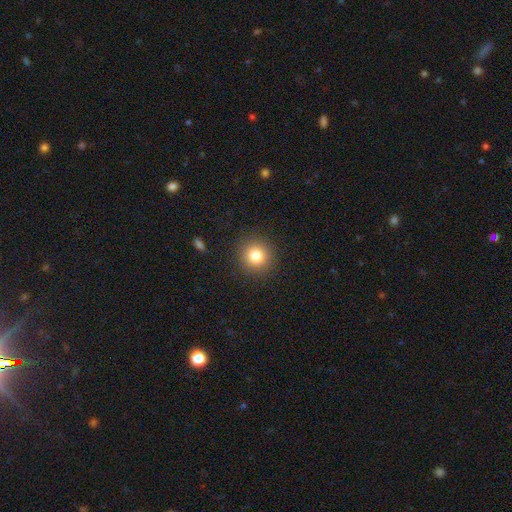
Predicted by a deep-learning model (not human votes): smooth_or_featured: smooth (p=0.82) [alt: star or artifact p=0.11]
how_rounded: round (p=0.93) [alt: in between p=0.06]
merging: none (p=0.90) [alt: minor disturbance p=0.07]